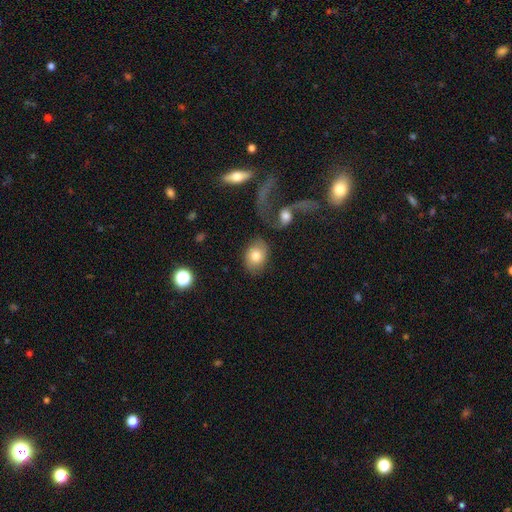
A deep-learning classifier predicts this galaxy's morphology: smooth-or-featured: smooth: 73% | featured or disk: 20% | star or artifact: 8%
  how-rounded: in between: 69% | round: 30% | cigar-shaped: 1%
  merging: none: 71% | minor disturbance: 15% | merger: 8% | major disturbance: 7%